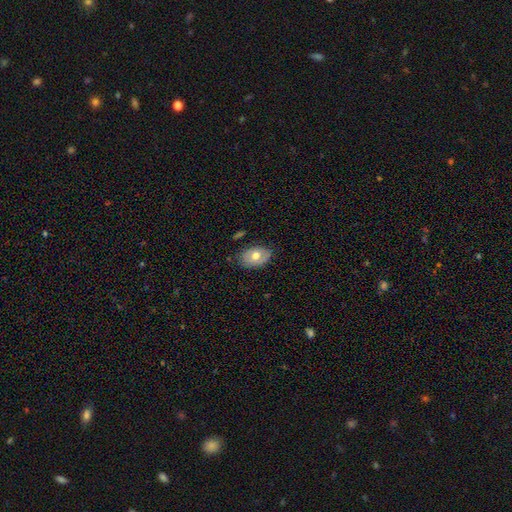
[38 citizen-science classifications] Overall: featured or disk (53%; smooth 45%). Edge-on disk: no (90%). Bar: no (89%). Spiral arms: no (83%). Bulge size: moderate (67%). Merging: none (68%).